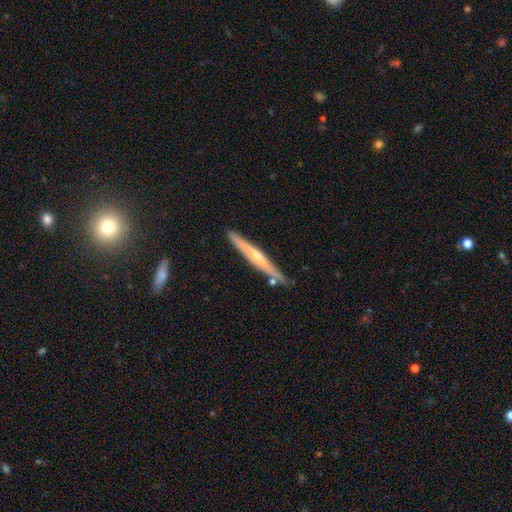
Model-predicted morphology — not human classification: Smooth or featured: featured or disk — 59% (smooth — 35%)
Edge-on disk: yes — 95% (no — 5%)
Edge-on bulge: rounded — 62% (none — 33%)
Merging: none — 80% (minor disturbance — 14%)